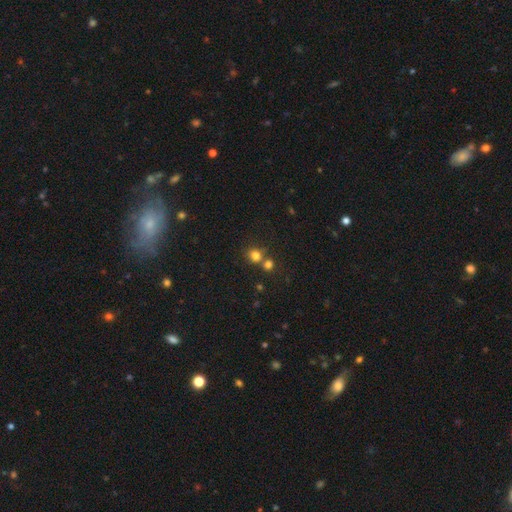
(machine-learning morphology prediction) This appears to be a smooth galaxy with no disk features (78%) that is round (80%). Merging: none (53%).